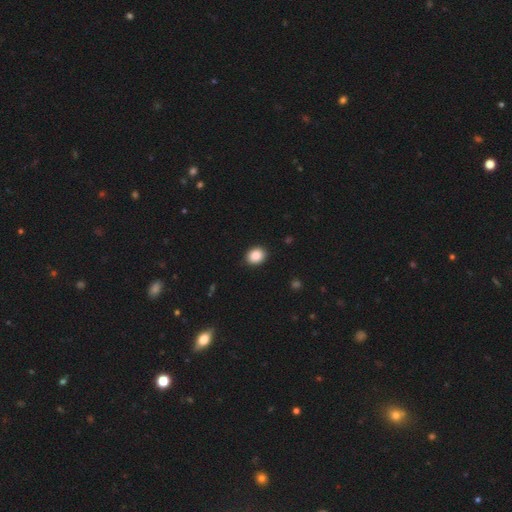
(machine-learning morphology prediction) This appears to be a smooth galaxy with no disk features (88%) that is round (57%). Merging: none (89%).